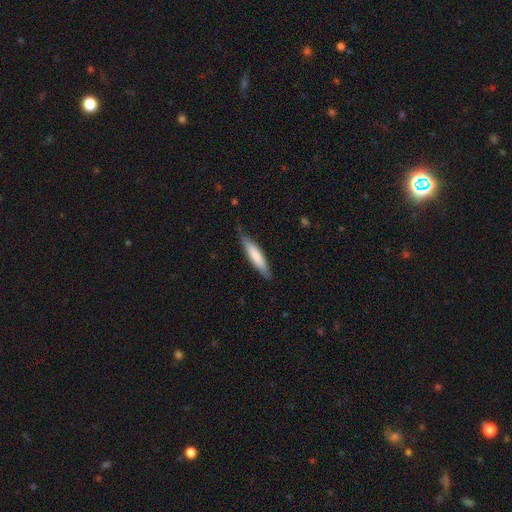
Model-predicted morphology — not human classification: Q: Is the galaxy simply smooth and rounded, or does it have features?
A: smooth — 76%.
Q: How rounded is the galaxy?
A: cigar-shaped — 82%.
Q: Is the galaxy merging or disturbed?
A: none — 81%.